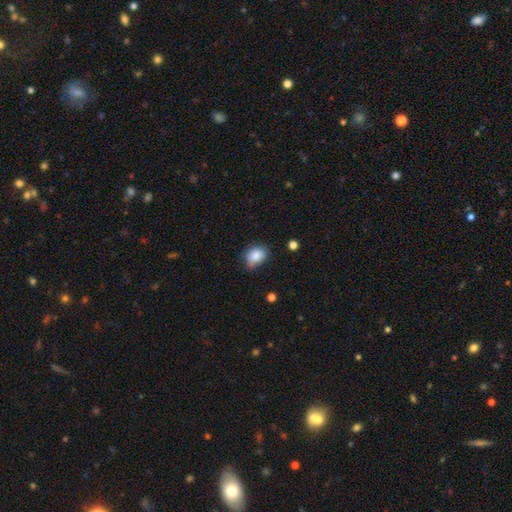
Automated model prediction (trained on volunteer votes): Overall: smooth (84%). How rounded: in between (58%; round 41%). Merging: none (63%; minor disturbance 29%).